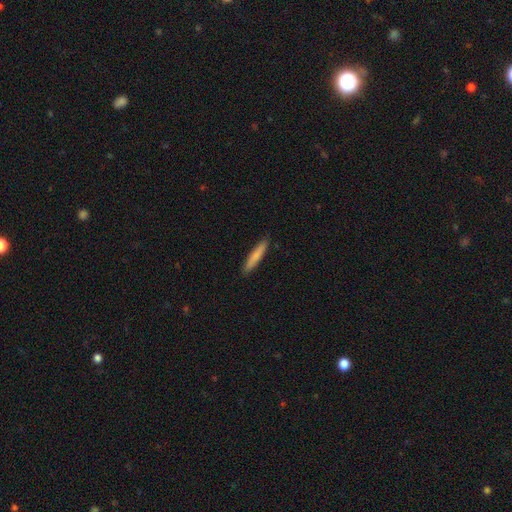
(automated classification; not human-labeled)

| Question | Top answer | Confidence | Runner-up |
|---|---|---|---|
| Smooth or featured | smooth | 78% | featured or disk (16%) |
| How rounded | cigar-shaped | 92% | in between (6%) |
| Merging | none | 90% | minor disturbance (7%) |